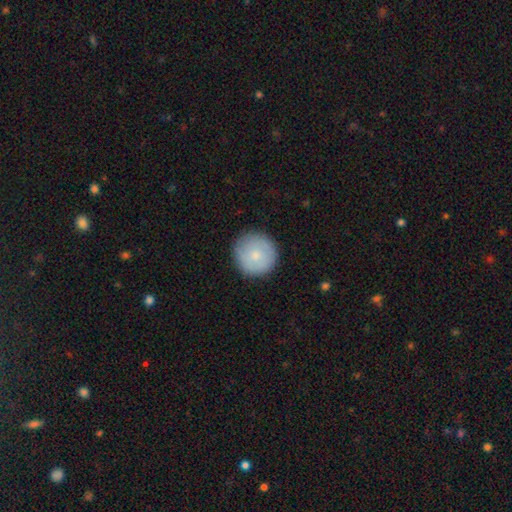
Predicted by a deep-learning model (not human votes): This is likely a smooth galaxy (77%). How rounded: clearly round (96%). Merging: clearly none (88%).